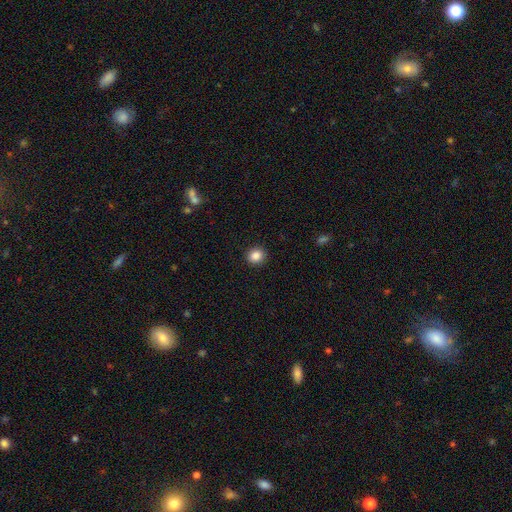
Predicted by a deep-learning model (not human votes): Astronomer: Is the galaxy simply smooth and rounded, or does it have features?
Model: smooth — 87%.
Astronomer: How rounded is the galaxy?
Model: round — 84%.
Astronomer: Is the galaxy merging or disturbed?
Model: none — 91%.